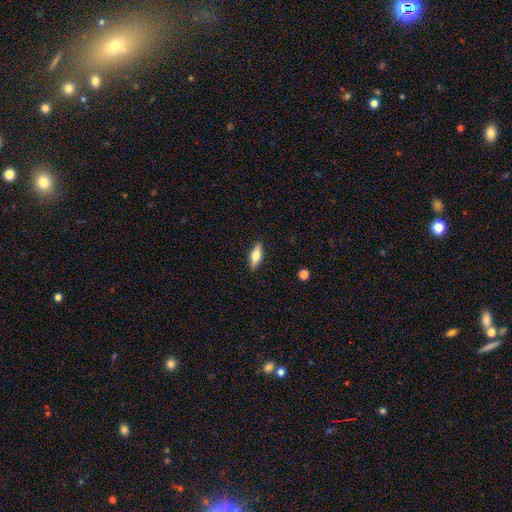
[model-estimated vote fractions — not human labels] Smooth or featured?
  - smooth: 60% *
  - featured or disk: 34%
  - star or artifact: 7%
How rounded?
  - in between: 61% *
  - cigar-shaped: 36%
  - round: 3%
Merging?
  - none: 89% *
  - minor disturbance: 8%
  - major disturbance: 2%
  - merger: 1%